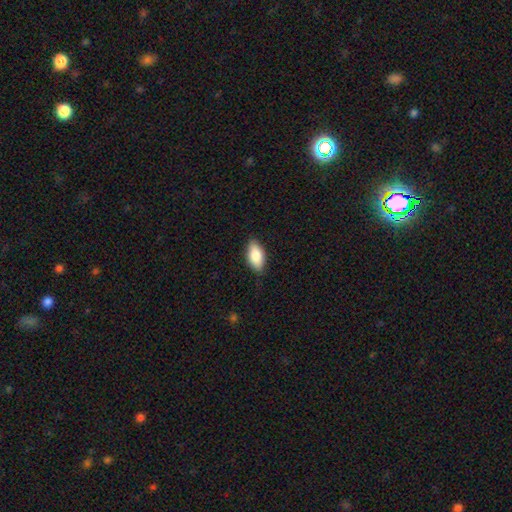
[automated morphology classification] Overall: smooth (84%). How rounded: in between (91%). Merging: none (84%).